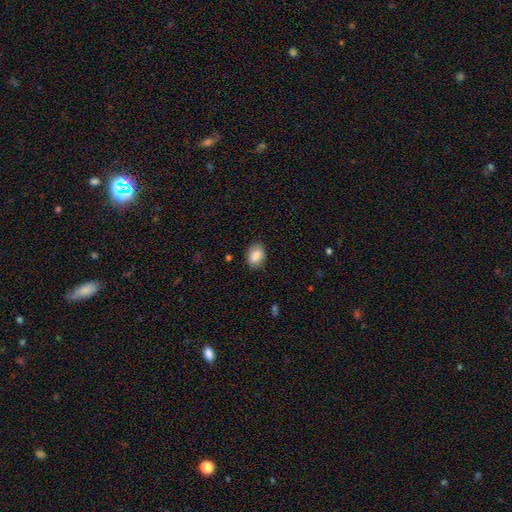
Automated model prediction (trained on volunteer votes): Morphology: type=smooth (86%); roundness=in between (73%); merging=none (85%).